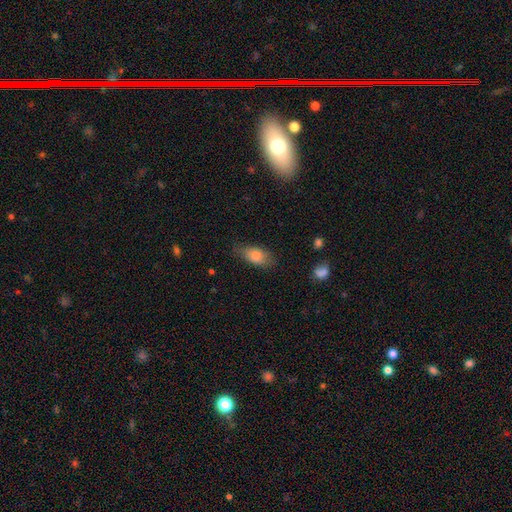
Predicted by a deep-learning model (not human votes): Overall: smooth (83%). How rounded: in between (87%). Merging: none (71%).